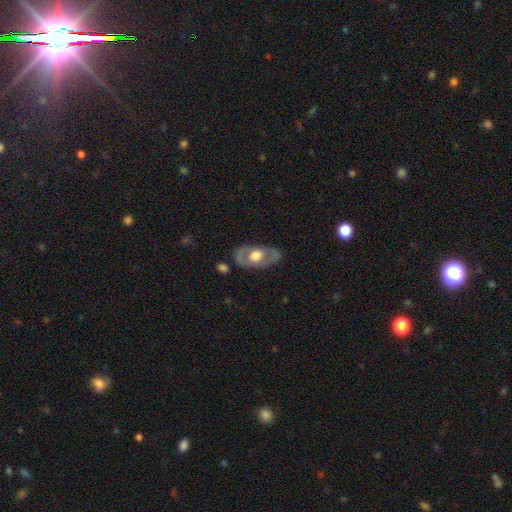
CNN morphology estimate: Smooth or featured? Predicted: featured or disk (p=0.56). Edge-on disk? Predicted: no (p=0.83). Merging? Predicted: none (p=0.78).